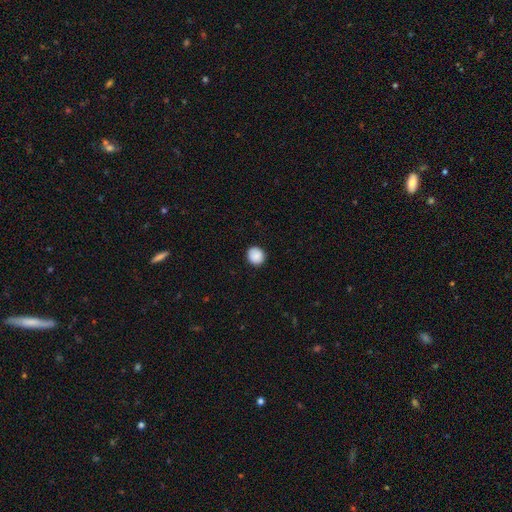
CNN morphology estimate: smooth-or-featured: smooth: 88% | star or artifact: 8% | featured or disk: 4%
  how-rounded: round: 85% | in between: 14% | cigar-shaped: 1%
  merging: none: 89% | minor disturbance: 8% | major disturbance: 2% | merger: 1%